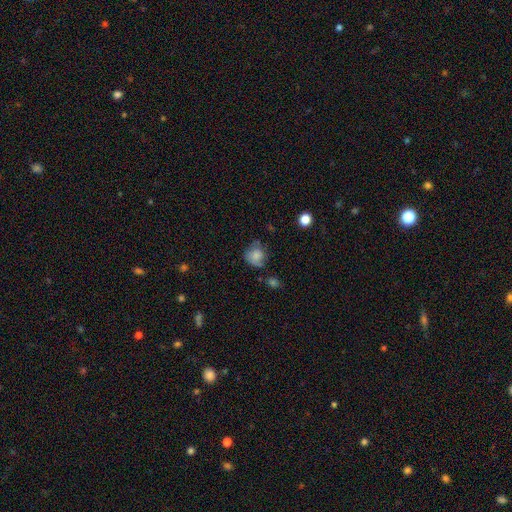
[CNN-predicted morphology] A smooth galaxy with no disk features (77%) that is round (78%). Merging: none (56%).